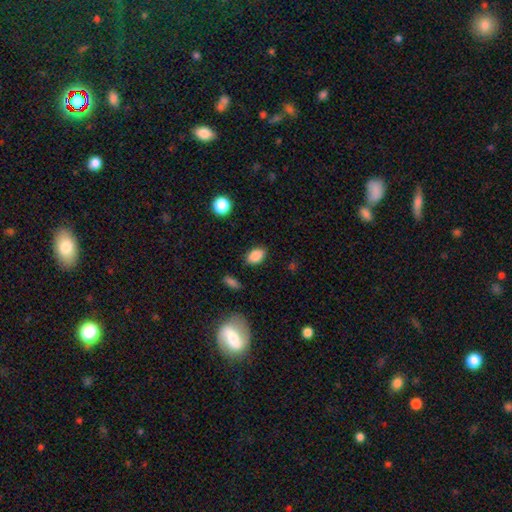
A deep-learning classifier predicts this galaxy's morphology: smooth-or-featured: smooth: 86% | star or artifact: 9% | featured or disk: 5%
  how-rounded: in between: 85% | round: 13% | cigar-shaped: 1%
  merging: none: 85% | minor disturbance: 10% | major disturbance: 3% | merger: 2%